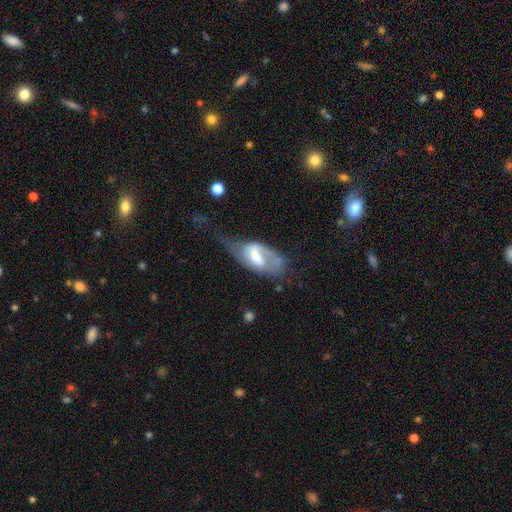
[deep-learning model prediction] Smooth or featured: featured or disk — 69% (smooth — 25%)
Edge-on disk: no — 93% (yes — 7%)
Bar: weak — 49% (strong — 32%)
Spiral arms: yes — 78% (no — 22%)
Spiral winding: medium — 41% (loose — 35%)
Spiral arm count: 2 — 53% (1 — 29%)
Bulge size: moderate — 48% (small — 21%)
Merging: major disturbance — 39% (none — 28%)